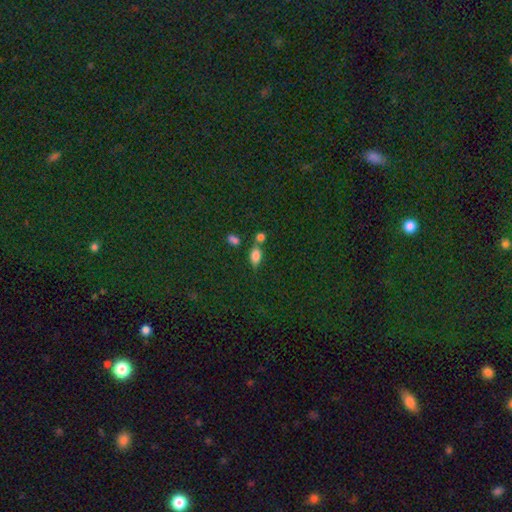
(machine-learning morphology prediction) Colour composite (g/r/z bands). It shows a smooth galaxy with no disk features (76%) that is in between round and cigar-shaped (83%). Merging: none (54%).